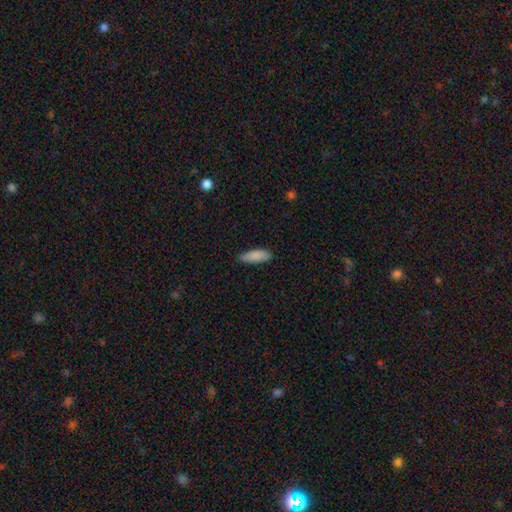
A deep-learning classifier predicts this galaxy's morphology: smooth-or-featured: smooth: 87% | featured or disk: 7% | star or artifact: 6%
  how-rounded: in between: 65% | cigar-shaped: 33% | round: 2%
  merging: none: 79% | minor disturbance: 17% | major disturbance: 2% | merger: 1%